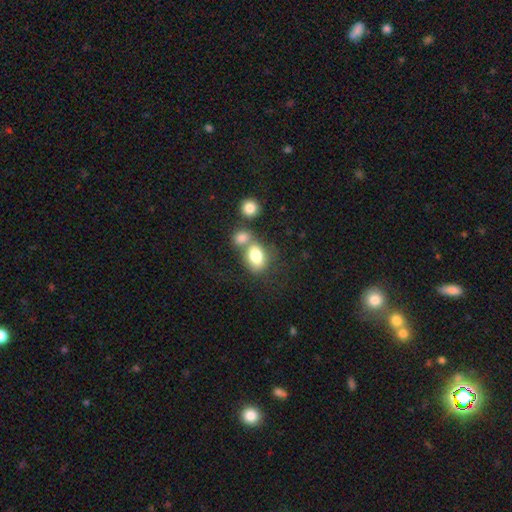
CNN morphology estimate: Overall: smooth (79%). How rounded: in between (66%; round 32%). Merging: merger (43%; none 39%).